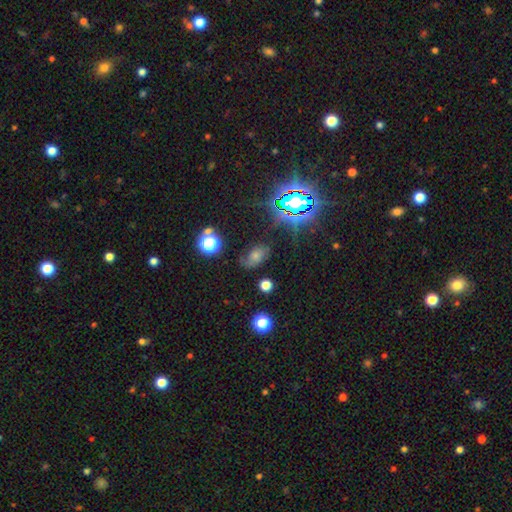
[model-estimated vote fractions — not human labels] Smooth or featured? Predicted: star or artifact (p=0.42).